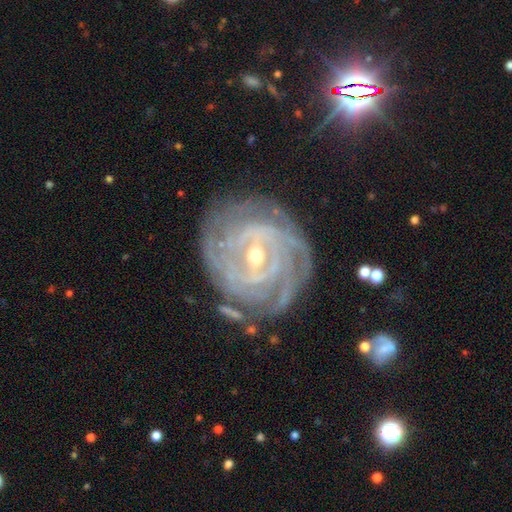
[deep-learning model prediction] Q: Smooth or featured?
A: featured or disk (90%); runner-up: star or artifact (5%)
Q: Edge-on disk?
A: no (97%); runner-up: yes (3%)
Q: Bar?
A: weak (47%); runner-up: strong (30%)
Q: Spiral arms?
A: yes (97%); runner-up: no (3%)
Q: Spiral winding?
A: tight (83%); runner-up: medium (15%)
Q: Spiral arm count?
A: can't tell (25%); runner-up: 4 (24%)
Q: Bulge size?
A: small (53%); runner-up: moderate (44%)
Q: Merging?
A: none (77%); runner-up: minor disturbance (16%)